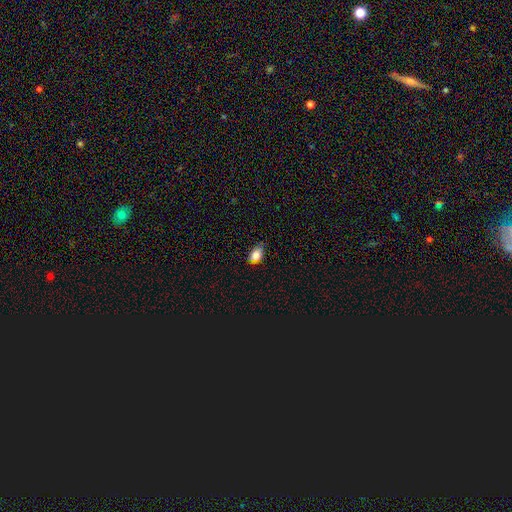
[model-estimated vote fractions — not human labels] Smooth or featured?
  - smooth: 86% *
  - star or artifact: 10%
  - featured or disk: 5%
How rounded?
  - in between: 85% *
  - round: 13%
  - cigar-shaped: 2%
Merging?
  - none: 72% *
  - minor disturbance: 24%
  - major disturbance: 4%
  - merger: 1%